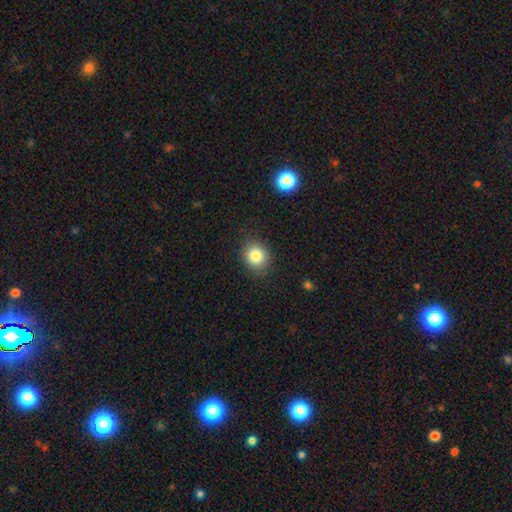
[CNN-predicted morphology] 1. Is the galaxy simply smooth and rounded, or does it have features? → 84% smooth, 10% star or artifact, 6% featured or disk.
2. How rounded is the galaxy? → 75% round, 24% in between, 1% cigar-shaped.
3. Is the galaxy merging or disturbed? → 86% none, 10% minor disturbance, 3% major disturbance, 1% merger.